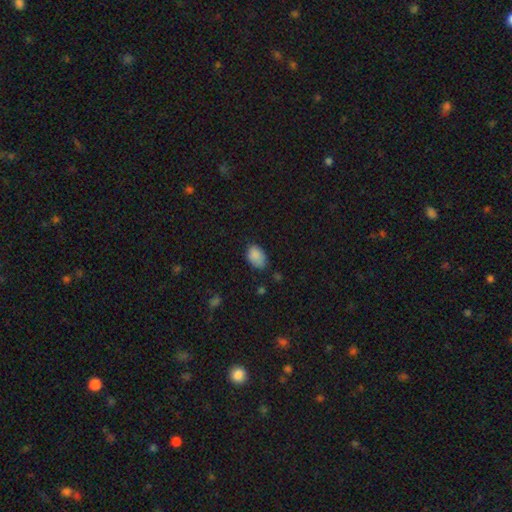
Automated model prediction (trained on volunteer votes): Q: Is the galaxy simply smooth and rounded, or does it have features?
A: smooth — 86%.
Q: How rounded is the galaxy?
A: in between — 84%.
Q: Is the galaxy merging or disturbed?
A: none — 62%.